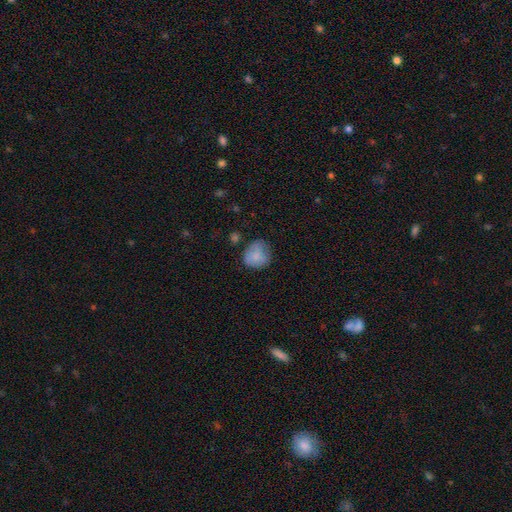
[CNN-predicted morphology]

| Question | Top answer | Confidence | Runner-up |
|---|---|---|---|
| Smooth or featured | smooth | 79% | featured or disk (12%) |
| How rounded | round | 74% | in between (25%) |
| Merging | none | 57% | minor disturbance (29%) |